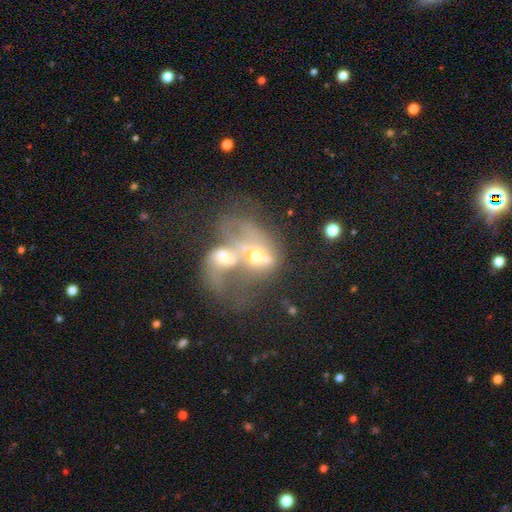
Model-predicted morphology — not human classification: Q: Smooth or featured?
A: featured or disk (63%); runner-up: smooth (25%)
Q: Edge-on disk?
A: no (96%); runner-up: yes (4%)
Q: Bar?
A: no (70%); runner-up: weak (22%)
Q: Spiral arms?
A: no (59%); runner-up: yes (41%)
Q: Bulge size?
A: moderate (57%); runner-up: small (21%)
Q: Merging?
A: merger (77%); runner-up: major disturbance (13%)